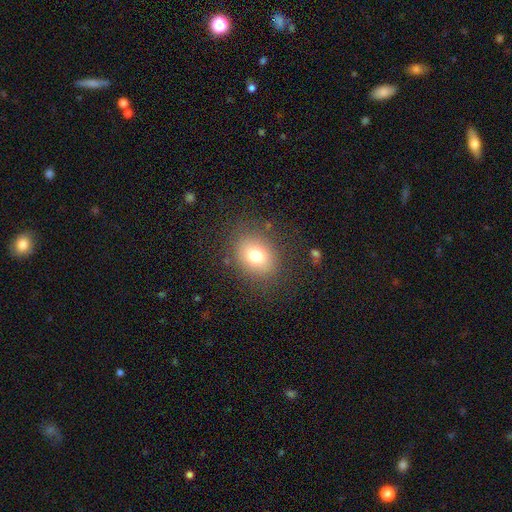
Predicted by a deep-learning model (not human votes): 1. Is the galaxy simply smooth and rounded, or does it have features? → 74% smooth, 13% star or artifact, 13% featured or disk.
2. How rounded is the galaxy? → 60% round, 39% in between, 1% cigar-shaped.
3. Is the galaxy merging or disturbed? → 82% none, 11% minor disturbance, 6% major disturbance, 1% merger.